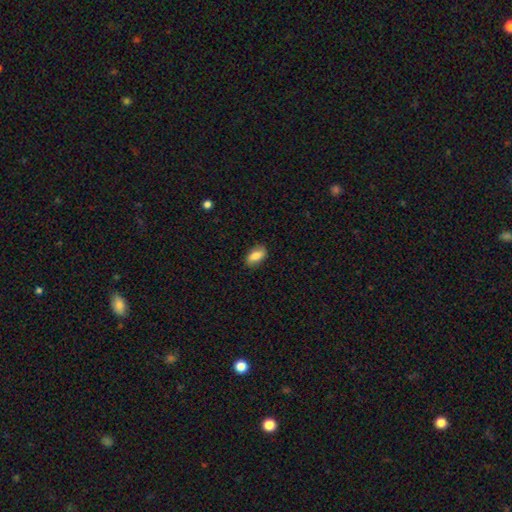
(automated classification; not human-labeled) A smooth galaxy with no disk features (80%) that is in between round and cigar-shaped (89%).

Vote fractions:
- Smooth or featured? smooth: 80% / featured or disk: 13% / star or artifact: 7%
- How rounded? in between: 89% / round: 6% / cigar-shaped: 5%
- Merging? none: 84% / minor disturbance: 13% / major disturbance: 3% / merger: 1%